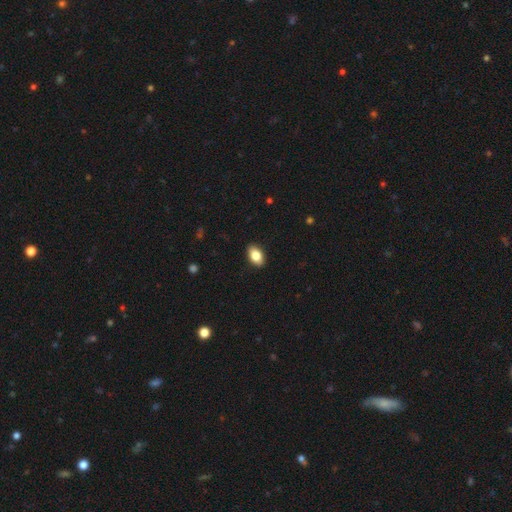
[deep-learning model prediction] Smooth or featured: smooth — 83% (featured or disk — 10%)
How rounded: in between — 91% (round — 8%)
Merging: none — 90% (minor disturbance — 8%)